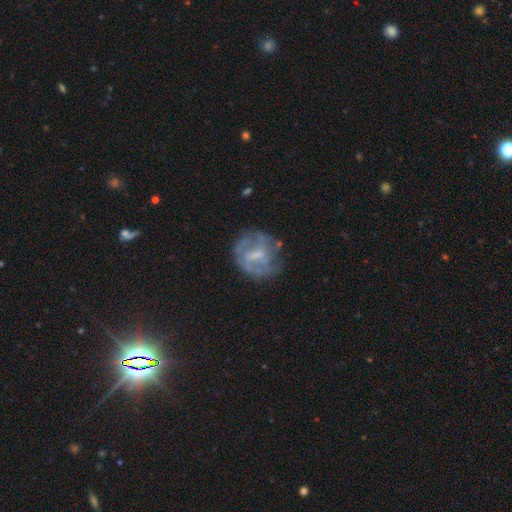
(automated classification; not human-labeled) Q: Smooth or featured?
A: featured or disk (69%); runner-up: smooth (22%)
Q: Edge-on disk?
A: no (97%); runner-up: yes (3%)
Q: Bar?
A: weak (53%); runner-up: no (29%)
Q: Spiral arms?
A: yes (63%); runner-up: no (37%)
Q: Bulge size?
A: small (36%); runner-up: moderate (31%)
Q: Merging?
A: none (62%); runner-up: minor disturbance (20%)